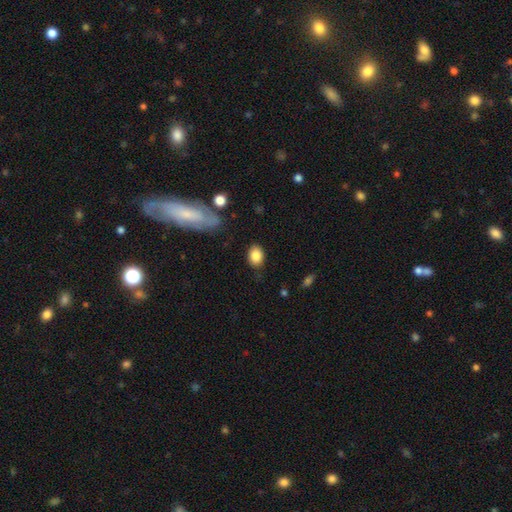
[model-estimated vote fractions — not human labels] Smooth or featured? smooth (86%)
How rounded? in between (73%)
Merging? none (80%)